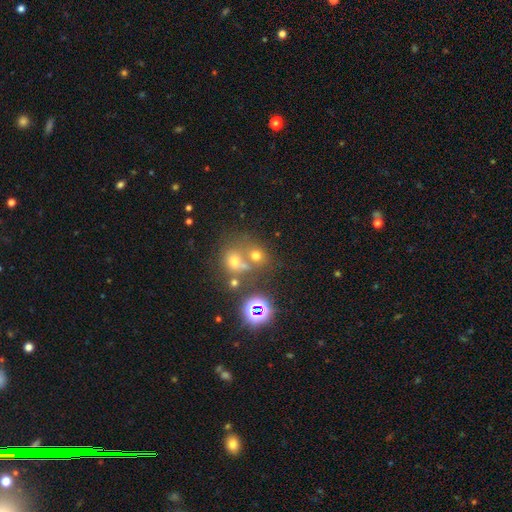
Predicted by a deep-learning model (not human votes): smooth-or-featured: smooth: 59% | star or artifact: 29% | featured or disk: 12%
  how-rounded: round: 74% | in between: 25% | cigar-shaped: 1%
  merging: none: 48% | merger: 38% | minor disturbance: 8% | major disturbance: 5%